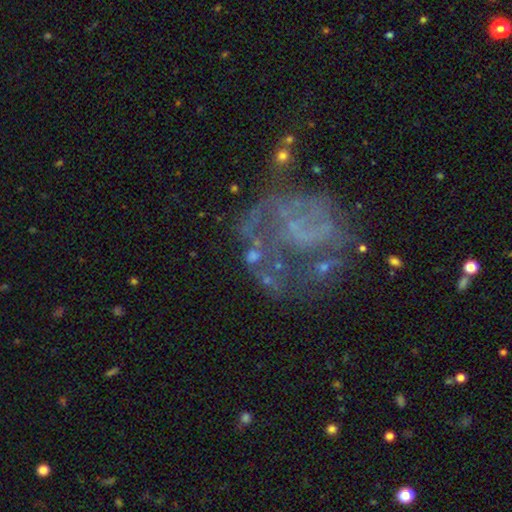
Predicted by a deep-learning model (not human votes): smooth_or_featured: featured or disk (p=0.56) [alt: star or artifact p=0.22]
disk_edge_on: no (p=0.97) [alt: yes p=0.03]
bar: no (p=0.75) [alt: weak p=0.17]
has_spiral_arms: no (p=0.55) [alt: yes p=0.45]
bulge_size: none (p=0.58) [alt: small p=0.22]
merging: none (p=0.45) [alt: major disturbance p=0.26]